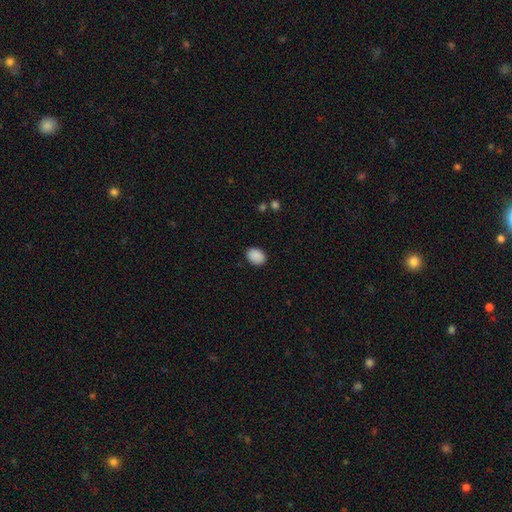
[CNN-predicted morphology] Q: Smooth or featured?
A: smooth (90%); runner-up: star or artifact (7%)
Q: How rounded?
A: in between (71%); runner-up: round (28%)
Q: Merging?
A: none (88%); runner-up: minor disturbance (9%)